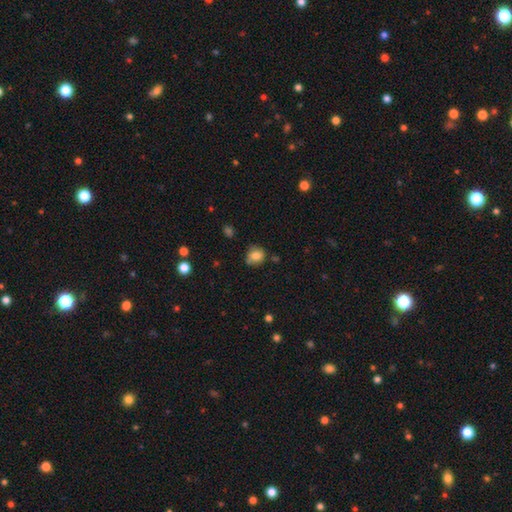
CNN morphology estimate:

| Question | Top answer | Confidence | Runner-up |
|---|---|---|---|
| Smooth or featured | smooth | 80% | star or artifact (10%) |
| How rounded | round | 74% | in between (25%) |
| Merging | none | 67% | minor disturbance (22%) |